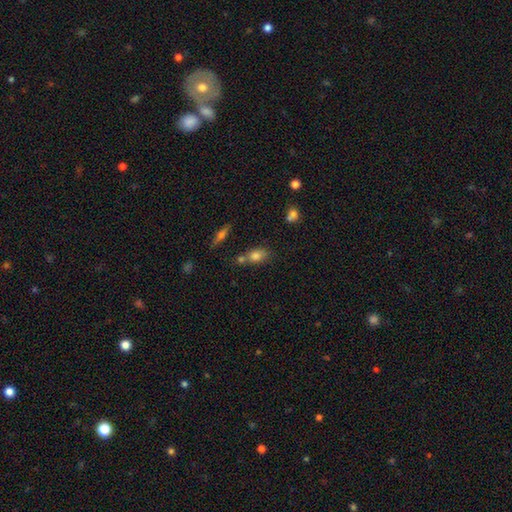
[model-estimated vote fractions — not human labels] smooth-or-featured: smooth: 78% | featured or disk: 12% | star or artifact: 10%
  how-rounded: in between: 73% | round: 22% | cigar-shaped: 5%
  merging: none: 46% | merger: 33% | minor disturbance: 16% | major disturbance: 5%